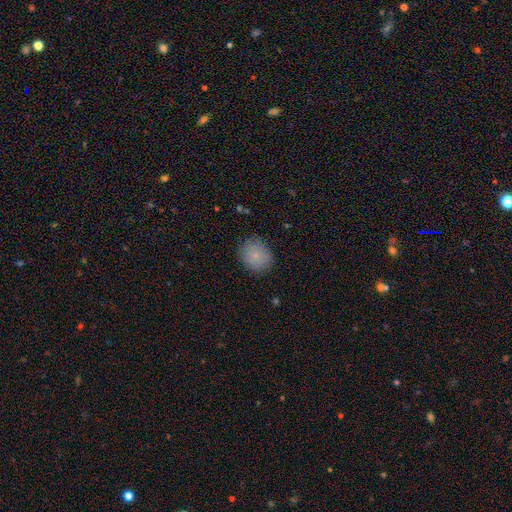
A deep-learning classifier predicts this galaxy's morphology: A smooth galaxy with no disk features (82%) that is round (69%). Merging: none (84%).